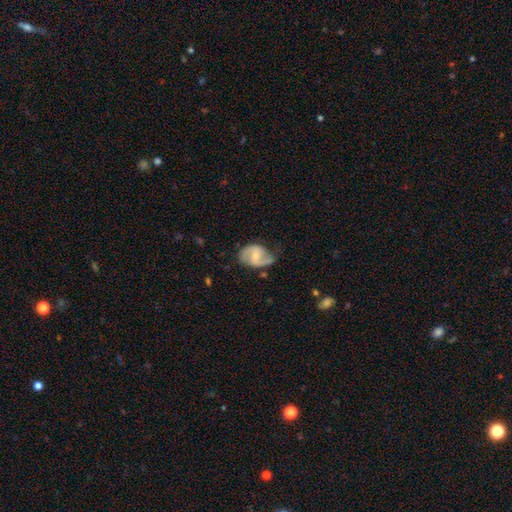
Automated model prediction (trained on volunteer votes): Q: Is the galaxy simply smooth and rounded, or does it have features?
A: featured or disk — 71%.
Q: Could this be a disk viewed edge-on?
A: no — 97%.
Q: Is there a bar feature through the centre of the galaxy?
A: weak — 49%.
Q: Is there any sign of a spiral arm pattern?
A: yes — 91%.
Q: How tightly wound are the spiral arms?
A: medium — 47%.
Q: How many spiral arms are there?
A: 2 — 85%.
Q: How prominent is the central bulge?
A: small — 46%.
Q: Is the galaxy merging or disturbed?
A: none — 56%.